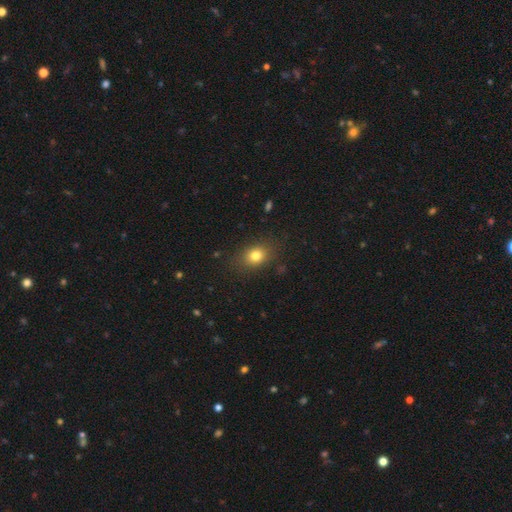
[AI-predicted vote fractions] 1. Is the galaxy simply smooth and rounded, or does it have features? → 79% smooth, 12% star or artifact, 9% featured or disk.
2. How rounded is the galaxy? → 57% in between, 42% round, 1% cigar-shaped.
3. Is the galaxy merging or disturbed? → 84% none, 11% minor disturbance, 4% major disturbance, 1% merger.